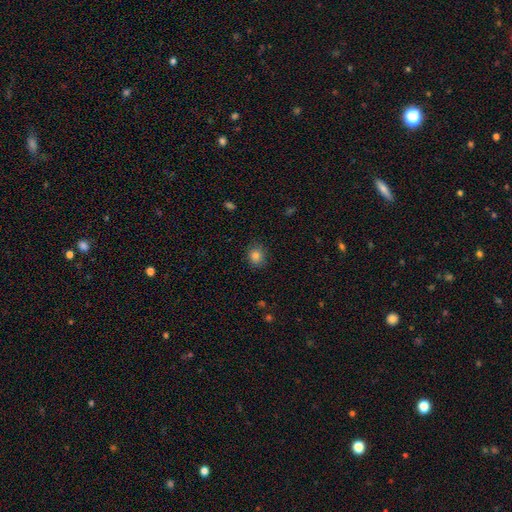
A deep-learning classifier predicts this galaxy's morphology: This is clearly a smooth galaxy (83%). How rounded: likely round (73%). Merging: clearly none (85%).